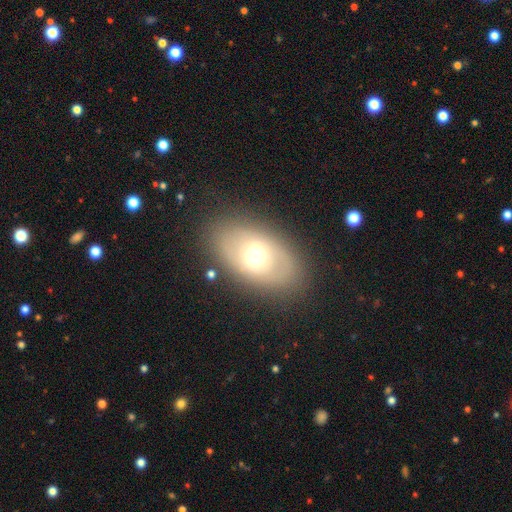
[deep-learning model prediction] smooth_or_featured: smooth (p=0.50) [alt: featured or disk p=0.41]
how_rounded: in between (p=0.86) [alt: round p=0.13]
merging: none (p=0.83) [alt: minor disturbance p=0.11]